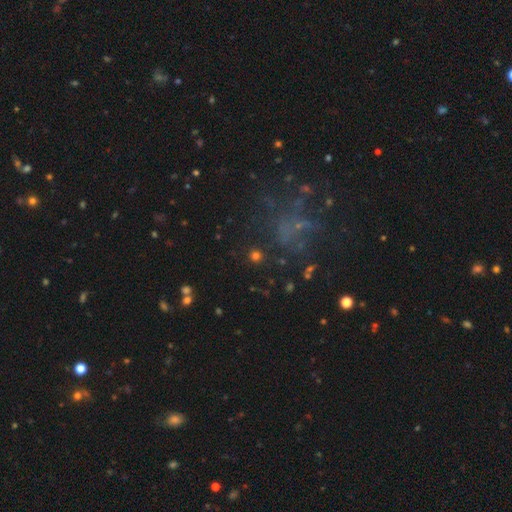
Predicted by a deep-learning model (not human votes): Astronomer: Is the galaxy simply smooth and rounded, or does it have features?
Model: smooth — 72%.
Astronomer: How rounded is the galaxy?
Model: round — 93%.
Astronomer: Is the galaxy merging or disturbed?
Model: none — 88%.